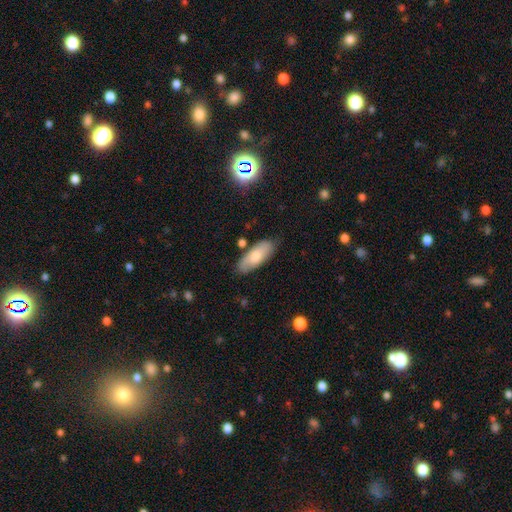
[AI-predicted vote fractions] A smooth galaxy with no disk features (72%) that is in between round and cigar-shaped (79%).

Vote fractions:
- Smooth or featured? smooth: 72% / featured or disk: 22% / star or artifact: 6%
- How rounded? in between: 79% / cigar-shaped: 19% / round: 2%
- Merging? none: 76% / minor disturbance: 17% / merger: 4% / major disturbance: 3%